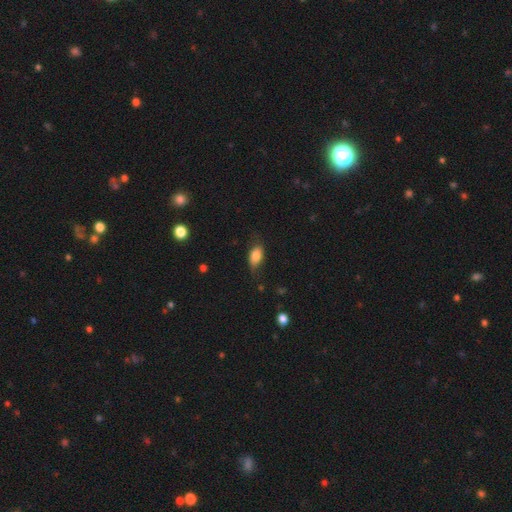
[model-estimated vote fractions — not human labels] This appears to be a smooth galaxy with no disk features (78%) that is in between round and cigar-shaped (88%). Merging: none (62%).